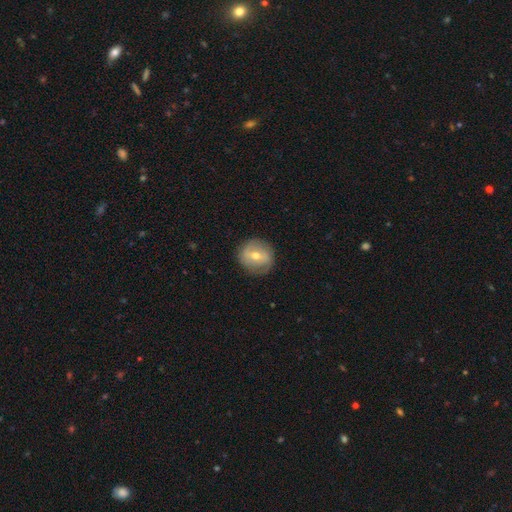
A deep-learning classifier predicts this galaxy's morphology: A featured or disk galaxy (51%).

Vote fractions:
- Smooth or featured? featured or disk: 51% / smooth: 41% / star or artifact: 9%
- Edge-on disk? no: 94% / yes: 6%
- Merging? none: 85% / minor disturbance: 10% / major disturbance: 3% / merger: 1%